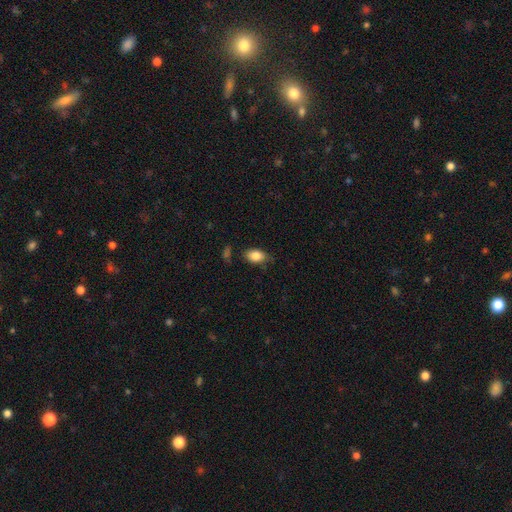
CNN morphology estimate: Smooth or featured: smooth — 85% (star or artifact — 8%)
How rounded: in between — 88% (round — 10%)
Merging: none — 73% (minor disturbance — 20%)